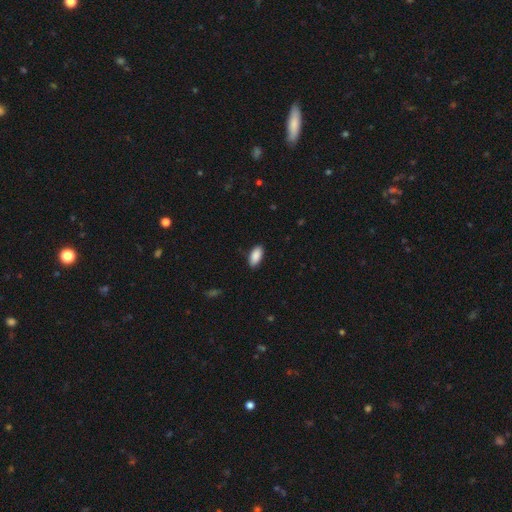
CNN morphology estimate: The model was most divided on "merging": none: 86%, minor disturbance: 11%, major disturbance: 2%, merger: 1%. More confident: how rounded — in between (92%); smooth or featured — smooth (90%).